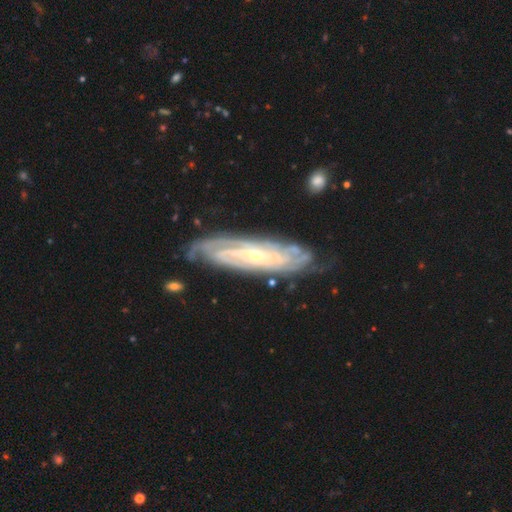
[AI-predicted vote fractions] Overall: featured or disk (87%). Edge-on disk: no (83%). Bar: no (60%; weak 27%). Spiral arms: yes (96%). Spiral arm count: can't tell (40%; 2 17%). Spiral winding: tight (77%). Bulge size: small (75%). Merging: none (75%).